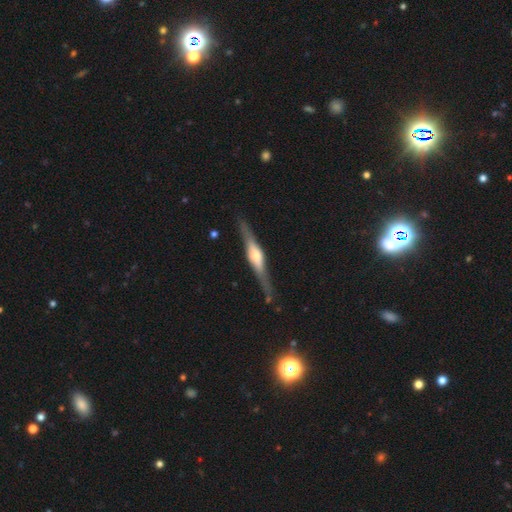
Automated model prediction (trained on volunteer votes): A featured or disk galaxy (77%) viewed edge-on (97%) with a rounded central bulge (80%).

Vote fractions:
- Smooth or featured? featured or disk: 77% / smooth: 18% / star or artifact: 5%
- Edge-on disk? yes: 97% / no: 3%
- Edge-on bulge? rounded: 80% / boxy: 17% / none: 4%
- Merging? none: 85% / minor disturbance: 11% / major disturbance: 3% / merger: 2%